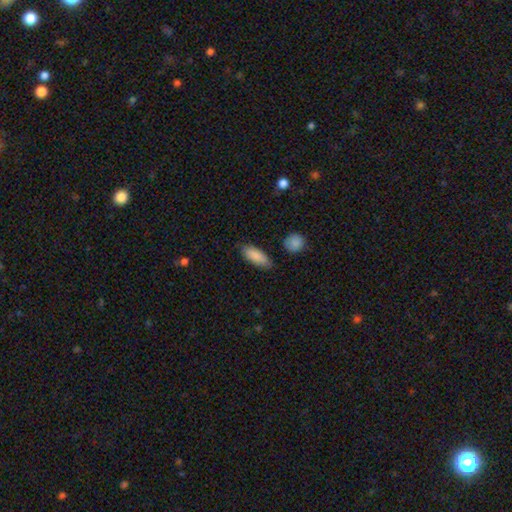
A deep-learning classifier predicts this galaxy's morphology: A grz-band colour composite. It shows a smooth galaxy with no disk features (87%) that is in between round and cigar-shaped (75%). Merging: none (80%).